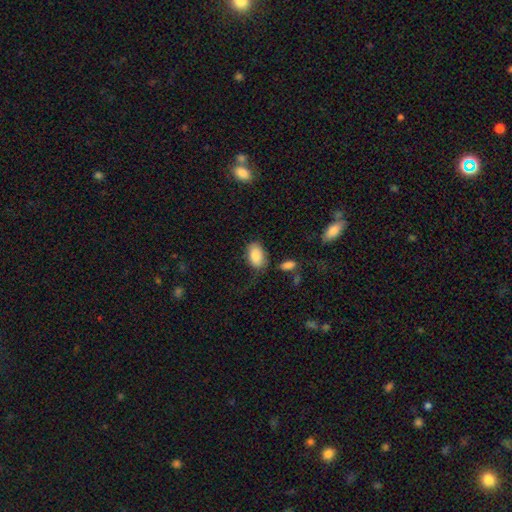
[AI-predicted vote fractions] Smooth or featured? smooth (87%)
How rounded? in between (93%)
Merging? none (62%)